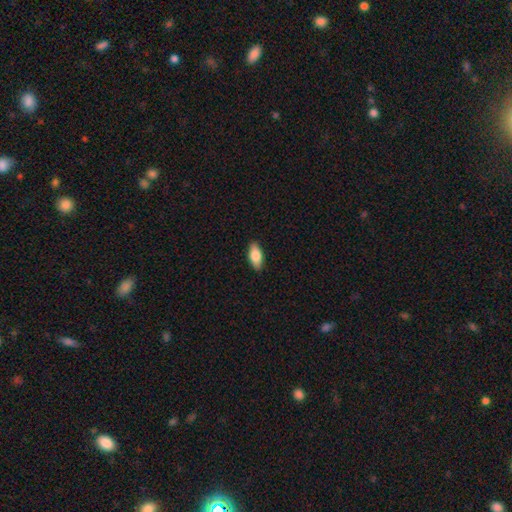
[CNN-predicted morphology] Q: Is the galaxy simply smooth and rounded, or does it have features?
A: smooth — 79%.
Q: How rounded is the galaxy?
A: in between — 87%.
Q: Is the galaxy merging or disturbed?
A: none — 89%.